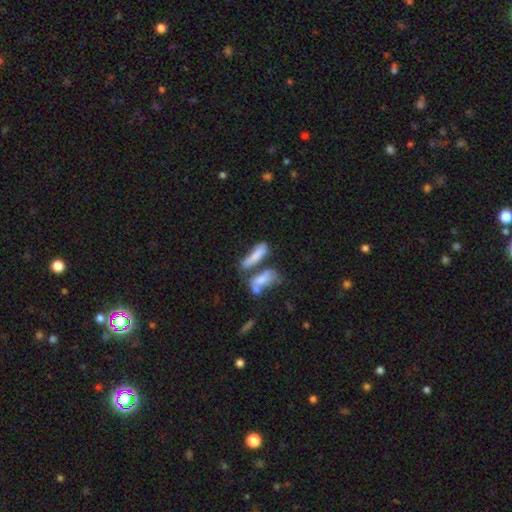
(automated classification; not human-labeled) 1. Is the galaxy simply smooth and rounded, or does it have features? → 73% smooth, 18% featured or disk, 9% star or artifact.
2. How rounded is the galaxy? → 56% cigar-shaped, 41% in between, 3% round.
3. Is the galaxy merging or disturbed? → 45% merger, 34% none, 13% minor disturbance, 9% major disturbance.